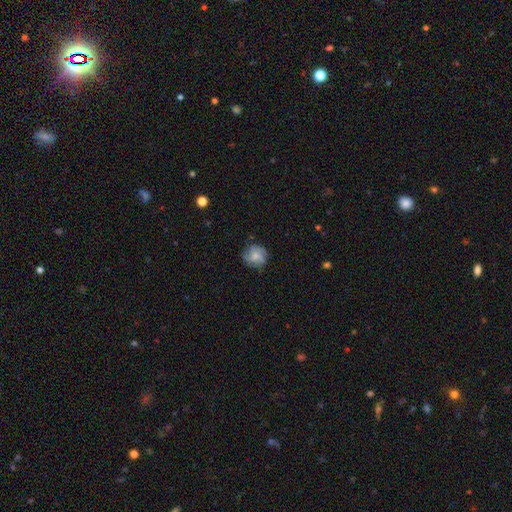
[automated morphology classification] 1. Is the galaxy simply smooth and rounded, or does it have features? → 48% smooth, 43% featured or disk, 10% star or artifact.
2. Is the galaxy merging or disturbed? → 76% none, 17% minor disturbance, 5% major disturbance, 1% merger.